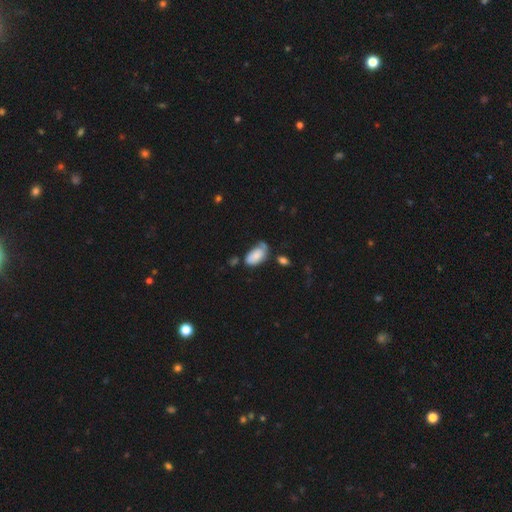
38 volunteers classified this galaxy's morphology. Volunteers were most divided on "merging": minor disturbance: 43%, none: 32%, major disturbance: 14%, merger: 11%. More confident: how rounded — in between (91%); smooth or featured — smooth (87%).